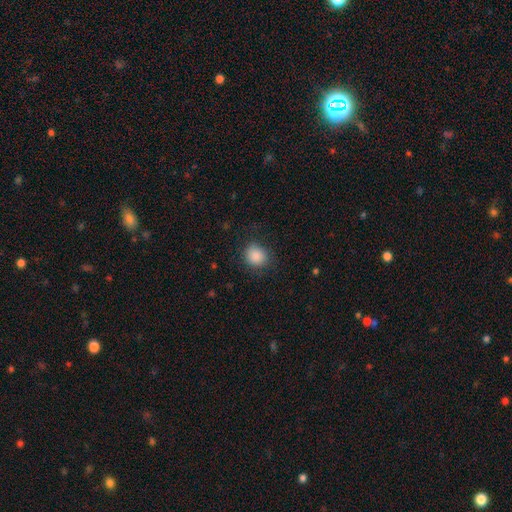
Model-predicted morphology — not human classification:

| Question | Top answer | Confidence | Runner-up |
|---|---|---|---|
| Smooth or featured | smooth | 87% | star or artifact (9%) |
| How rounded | round | 76% | in between (23%) |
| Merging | none | 82% | minor disturbance (13%) |